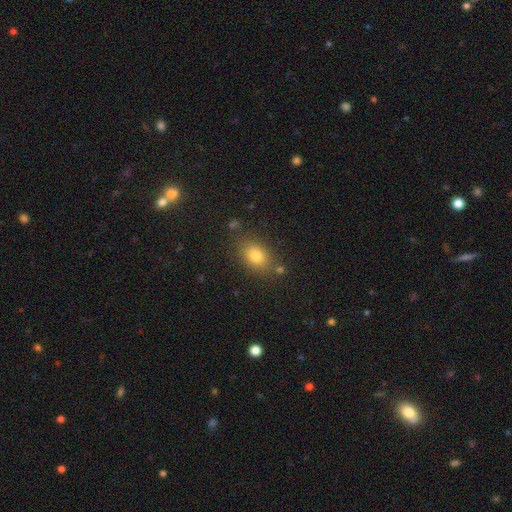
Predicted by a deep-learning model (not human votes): A smooth galaxy with no disk features (81%) that is in between round and cigar-shaped (75%). Merging: none (78%).